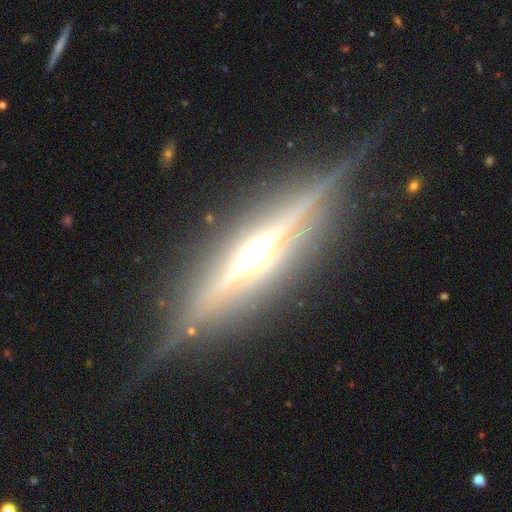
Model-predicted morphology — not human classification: smooth_or_featured: featured or disk (p=0.84) [alt: smooth p=0.09]
disk_edge_on: yes (p=0.96) [alt: no p=0.04]
edge_on_bulge: rounded (p=0.84) [alt: boxy p=0.11]
merging: none (p=0.82) [alt: minor disturbance p=0.12]